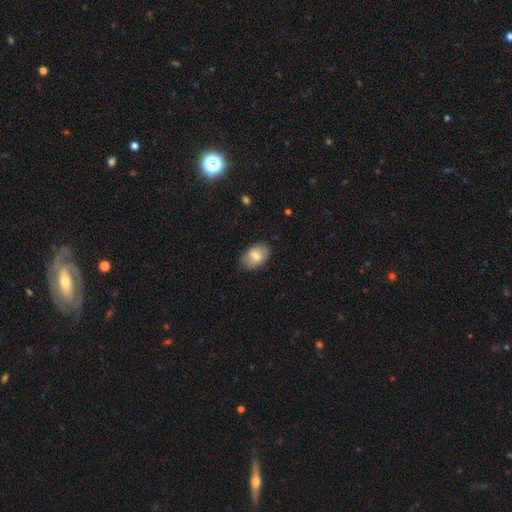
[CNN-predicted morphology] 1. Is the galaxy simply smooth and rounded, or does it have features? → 72% smooth, 21% featured or disk, 7% star or artifact.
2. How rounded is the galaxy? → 89% in between, 10% round, 1% cigar-shaped.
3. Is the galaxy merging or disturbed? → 80% none, 15% minor disturbance, 3% major disturbance, 1% merger.